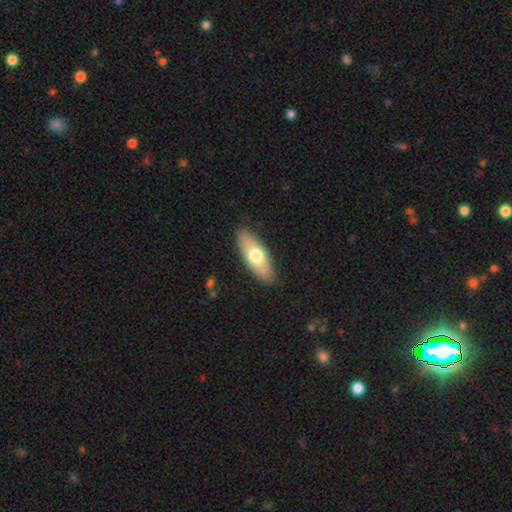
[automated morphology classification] smooth-or-featured: smooth: 66% | featured or disk: 29% | star or artifact: 5%
  how-rounded: in between: 66% | cigar-shaped: 31% | round: 3%
  merging: none: 87% | minor disturbance: 10% | major disturbance: 2% | merger: 1%